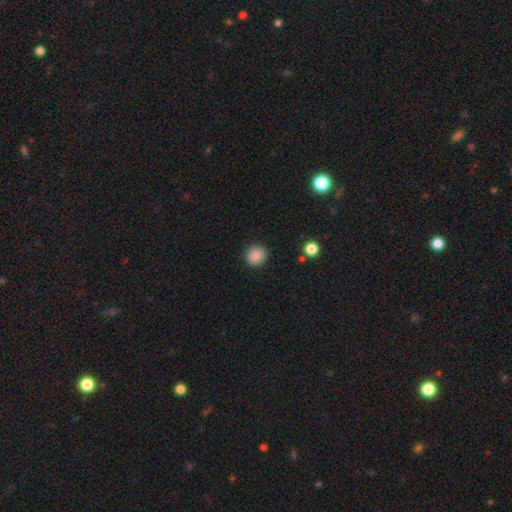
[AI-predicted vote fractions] This appears to be a smooth galaxy with no disk features (88%) that is round (90%). Merging: none (90%).